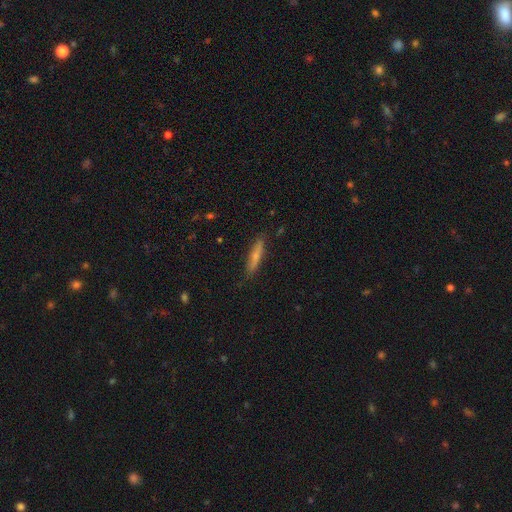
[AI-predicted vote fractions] Q: Smooth or featured?
A: smooth (60%); runner-up: featured or disk (33%)
Q: How rounded?
A: cigar-shaped (87%); runner-up: in between (11%)
Q: Merging?
A: none (85%); runner-up: minor disturbance (12%)